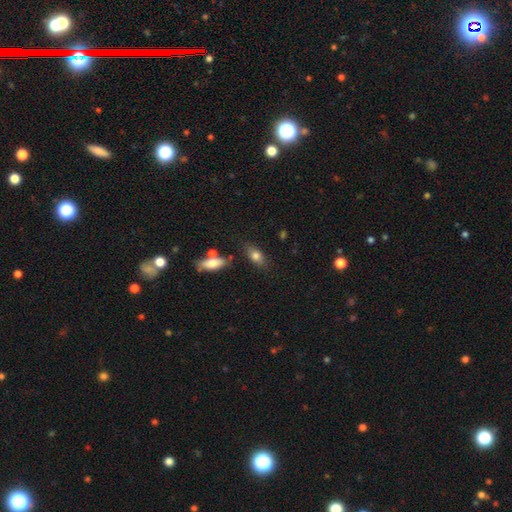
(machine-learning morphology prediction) Q: Smooth or featured?
A: smooth (78%); runner-up: featured or disk (14%)
Q: How rounded?
A: in between (82%); runner-up: cigar-shaped (11%)
Q: Merging?
A: none (74%); runner-up: minor disturbance (15%)